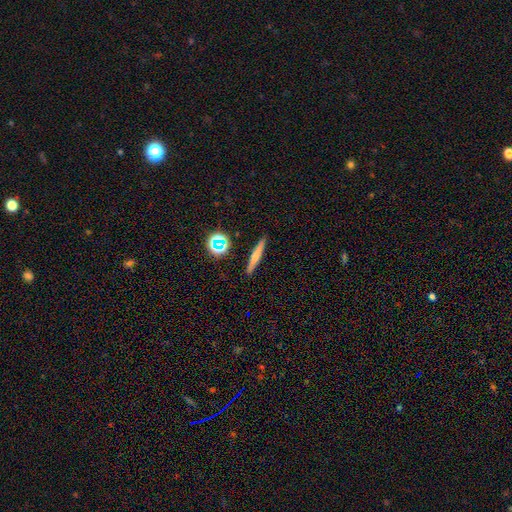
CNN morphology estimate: smooth 56%, featured or disk 33%, star or artifact 11%. Down the decision tree: how rounded — cigar-shaped (90%); merging — none (89%).